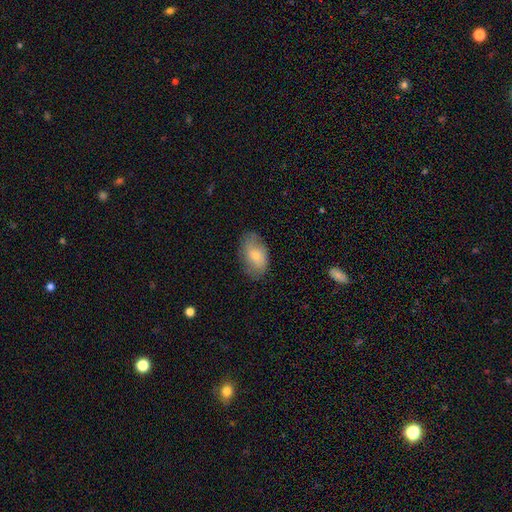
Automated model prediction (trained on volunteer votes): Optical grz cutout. It shows a smooth galaxy with no disk features (63%) that is in between round and cigar-shaped (90%). Merging: none (72%).